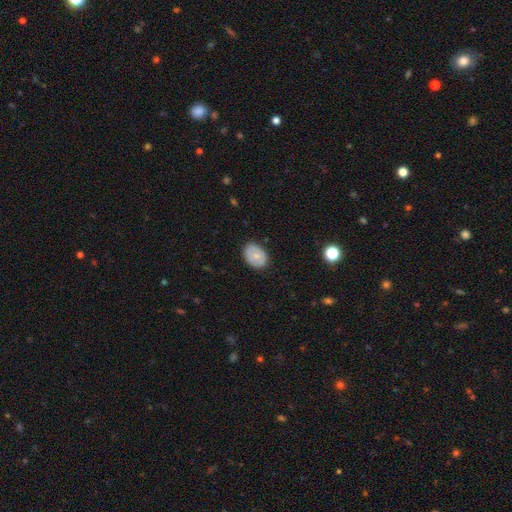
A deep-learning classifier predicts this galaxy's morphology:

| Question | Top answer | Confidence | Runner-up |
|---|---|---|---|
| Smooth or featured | smooth | 64% | featured or disk (29%) |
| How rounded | in between | 71% | round (28%) |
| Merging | none | 81% | minor disturbance (15%) |